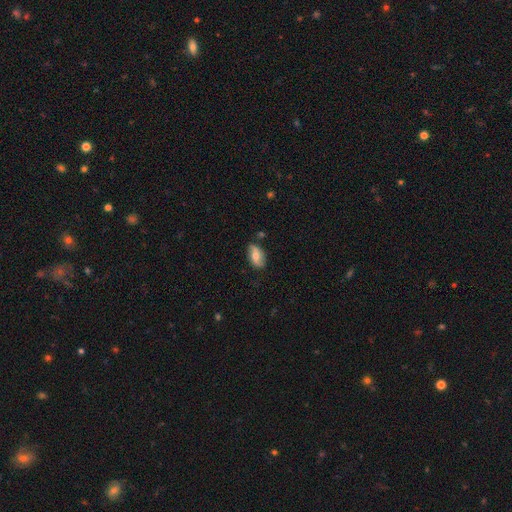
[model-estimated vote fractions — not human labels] This is possibly a smooth galaxy (51%). How rounded: clearly in between (90%). Merging: likely none (75%).